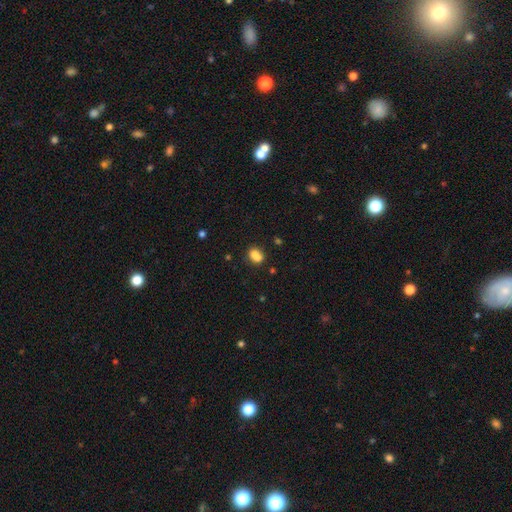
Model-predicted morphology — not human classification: smooth 77%, featured or disk 12%, star or artifact 11%. Down the decision tree: how rounded — in between (52%); merging — none (42%).